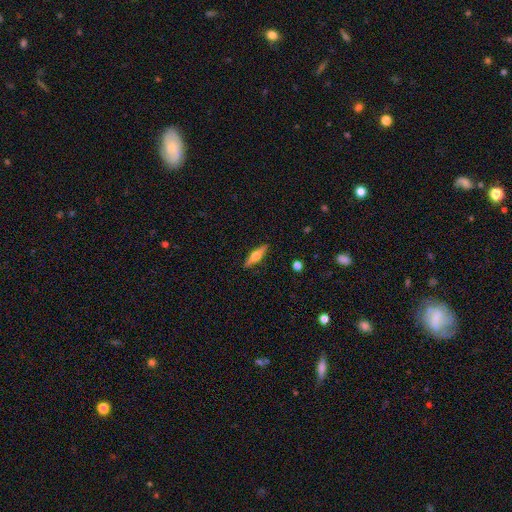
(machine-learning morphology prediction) smooth_or_featured: featured or disk (p=0.56) [alt: smooth p=0.38]
disk_edge_on: yes (p=0.95) [alt: no p=0.05]
edge_on_bulge: rounded (p=0.93) [alt: boxy p=0.04]
merging: none (p=0.90) [alt: minor disturbance p=0.07]